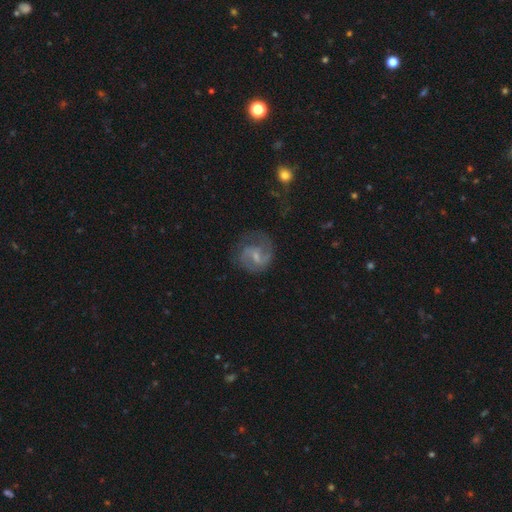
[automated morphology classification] type=featured or disk (74%); edge-on=no (98%); bar=weak (58%); spiral arms=yes (90%); winding=medium (49%); arm count=2 (72%); bulge=small (51%); merging=none (58%).